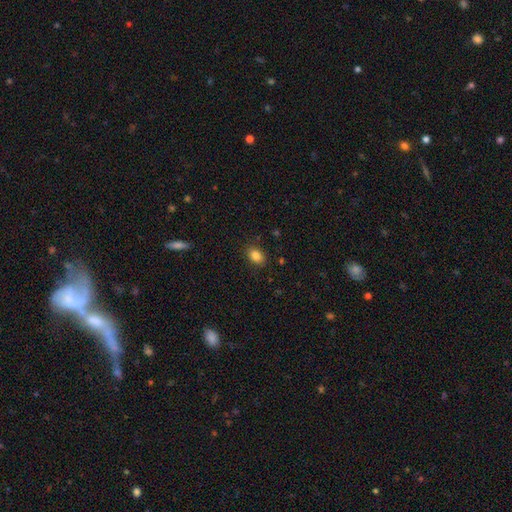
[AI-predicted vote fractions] smooth_or_featured: smooth (p=0.85) [alt: star or artifact p=0.10]
how_rounded: in between (p=0.77) [alt: round p=0.22]
merging: none (p=0.87) [alt: minor disturbance p=0.10]